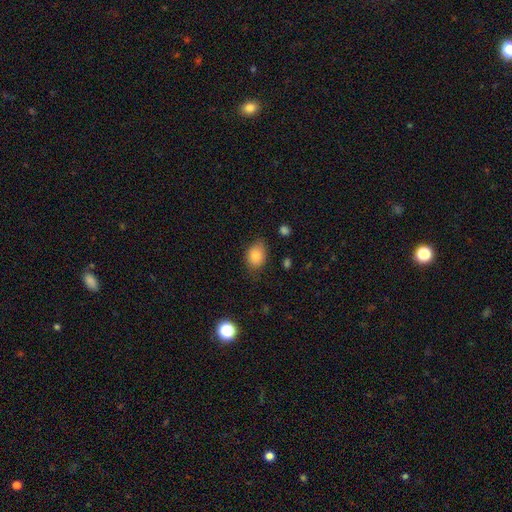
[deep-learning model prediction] The model was most divided on "how rounded": in between: 71%, round: 28%, cigar-shaped: 1%. More confident: smooth or featured — smooth (83%); merging — none (73%).